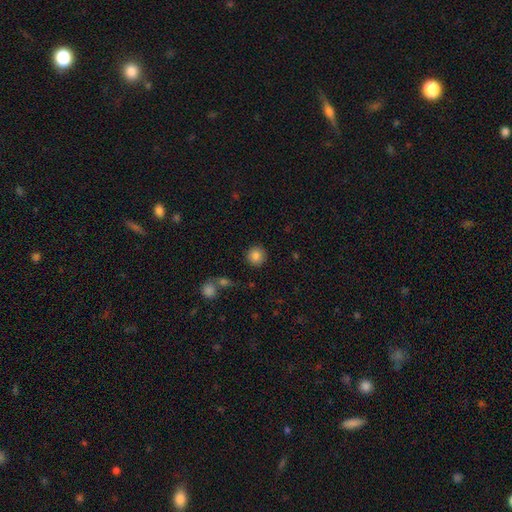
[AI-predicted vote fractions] This appears to be a smooth galaxy with no disk features (85%) that is round (94%). Merging: none (90%).